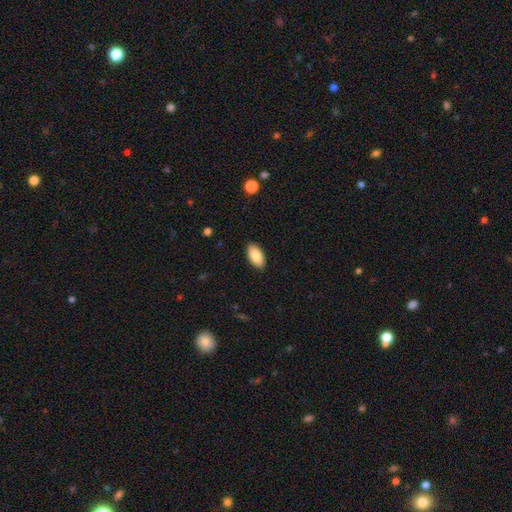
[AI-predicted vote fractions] A smooth galaxy with no disk features (87%) that is in between round and cigar-shaped (95%).

Vote fractions:
- Smooth or featured? smooth: 87% / featured or disk: 7% / star or artifact: 6%
- How rounded? in between: 95% / cigar-shaped: 3% / round: 2%
- Merging? none: 89% / minor disturbance: 8% / major disturbance: 2% / merger: 1%